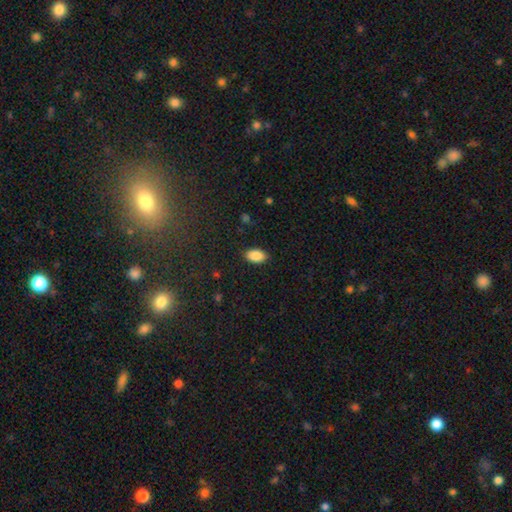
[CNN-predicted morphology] This is clearly a smooth galaxy (89%). How rounded: clearly in between (92%). Merging: clearly none (87%).